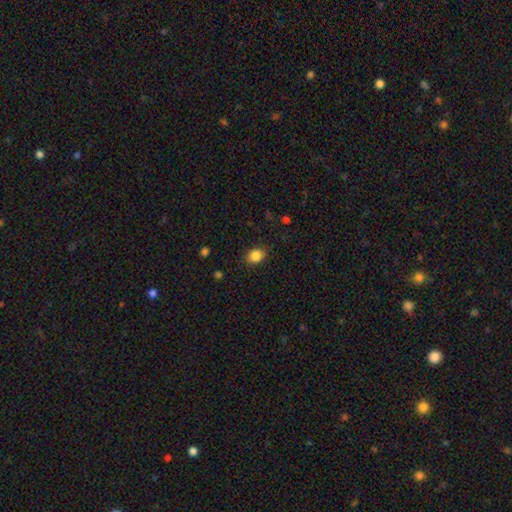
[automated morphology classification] smooth_or_featured: smooth (p=0.86) [alt: star or artifact p=0.09]
how_rounded: in between (p=0.56) [alt: round p=0.43]
merging: none (p=0.86) [alt: minor disturbance p=0.11]